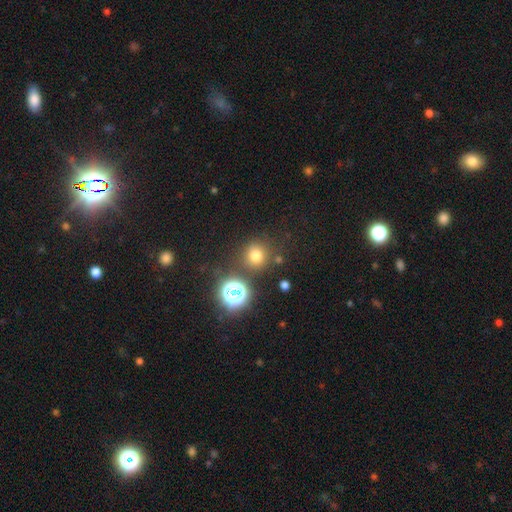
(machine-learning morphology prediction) Smooth or featured? Predicted: smooth (p=0.71). How rounded? Predicted: round (p=0.89). Merging? Predicted: none (p=0.81).